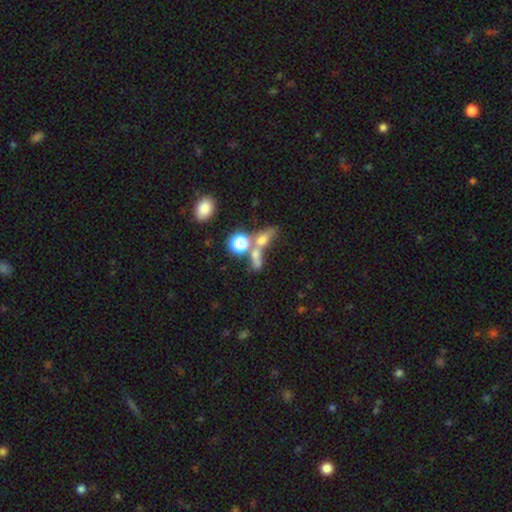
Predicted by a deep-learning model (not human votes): The model was most divided on "how rounded": round: 42%, in between: 41%, cigar-shaped: 17%. Remaining: smooth or featured — smooth (57%); merging — merger (50%).